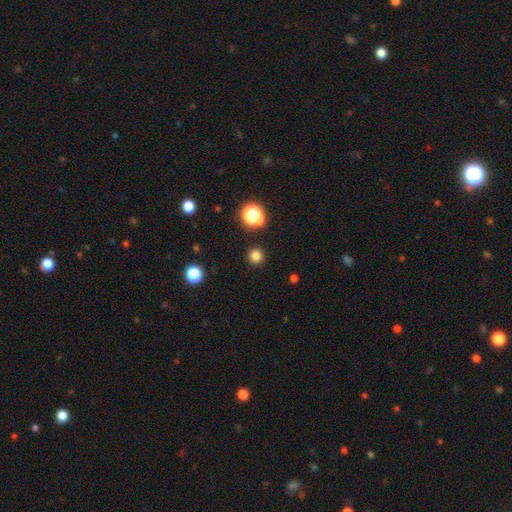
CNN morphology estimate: Smooth or featured?
  - smooth: 78% *
  - star or artifact: 17%
  - featured or disk: 4%
How rounded?
  - round: 94% *
  - in between: 5%
  - cigar-shaped: 1%
Merging?
  - none: 90% *
  - minor disturbance: 5%
  - merger: 2%
  - major disturbance: 2%